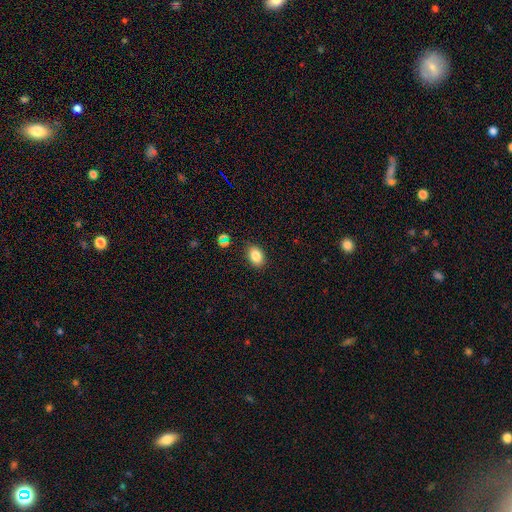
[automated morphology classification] smooth 84%, star or artifact 10%, featured or disk 6%. Down the decision tree: how rounded — in between (81%); merging — none (86%).